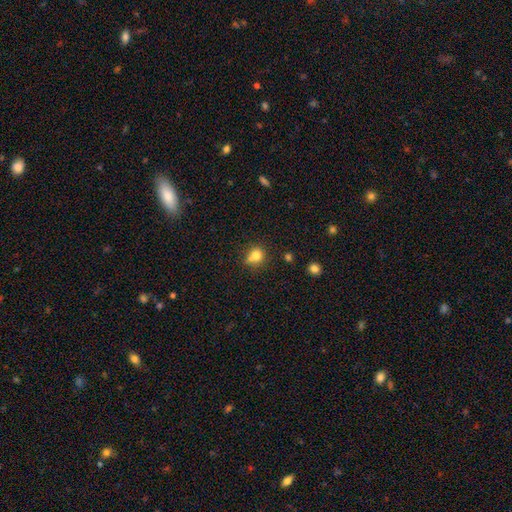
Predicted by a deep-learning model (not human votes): Smooth or featured: smooth — 78% (star or artifact — 12%)
How rounded: round — 80% (in between — 19%)
Merging: none — 56% (merger — 22%)